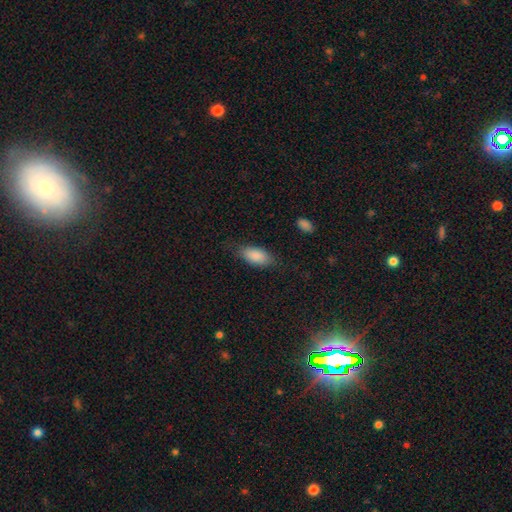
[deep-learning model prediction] The model was most divided on "merging": none: 76%, minor disturbance: 17%, major disturbance: 5%, merger: 1%. More confident: how rounded — in between (89%); smooth or featured — smooth (87%).